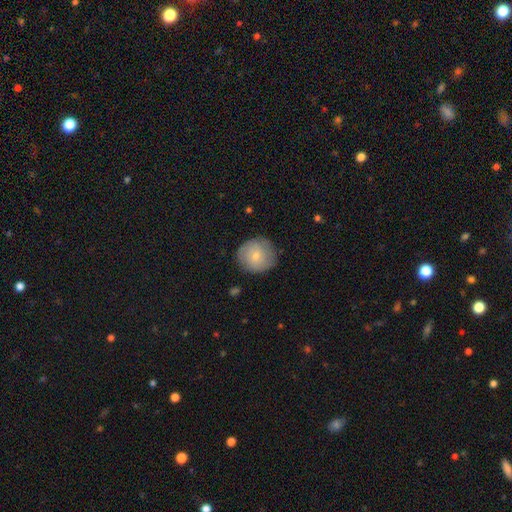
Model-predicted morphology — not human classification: smooth-or-featured: smooth: 57% | featured or disk: 36% | star or artifact: 7%
  how-rounded: round: 90% | in between: 9% | cigar-shaped: 1%
  merging: none: 79% | minor disturbance: 16% | major disturbance: 4% | merger: 1%